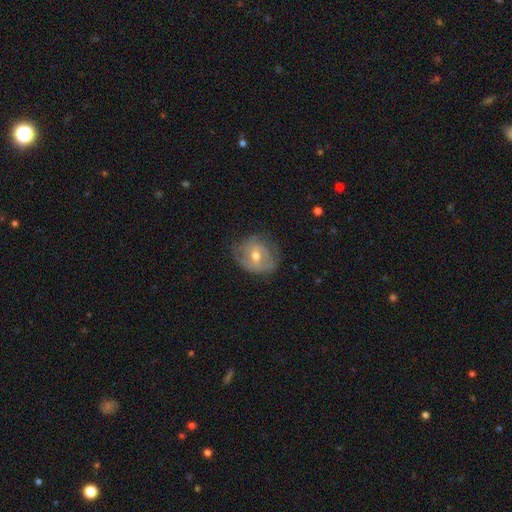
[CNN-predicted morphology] Smooth or featured: featured or disk — 65% (smooth — 28%)
Edge-on disk: no — 96% (yes — 4%)
Bar: no — 48% (weak — 41%)
Spiral arms: yes — 76% (no — 24%)
Bulge size: moderate — 71% (small — 24%)
Merging: none — 63% (minor disturbance — 26%)